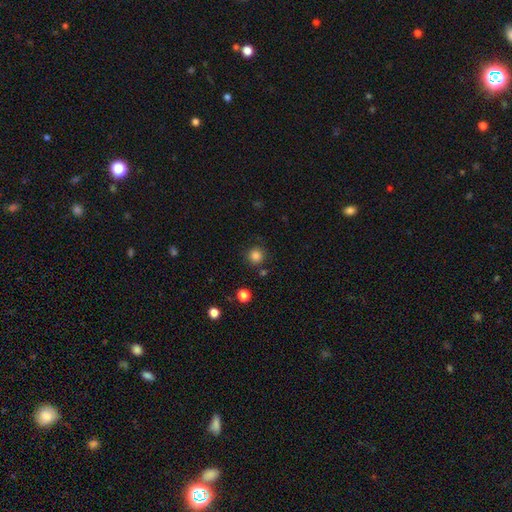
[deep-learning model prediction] The model was most divided on "smooth or featured": smooth: 83%, star or artifact: 12%, featured or disk: 4%. More confident: how rounded — round (94%); merging — none (85%).